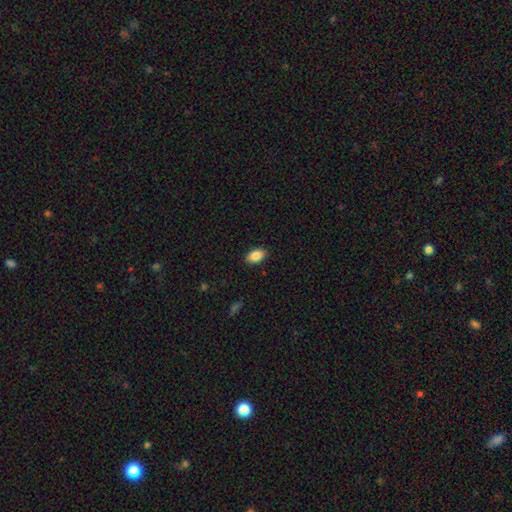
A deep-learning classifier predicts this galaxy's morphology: Smooth or featured? smooth (87%)
How rounded? in between (90%)
Merging? none (88%)